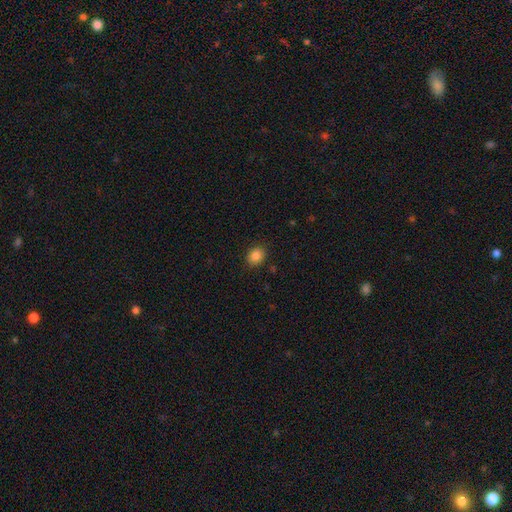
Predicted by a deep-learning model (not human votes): smooth 86%, star or artifact 10%, featured or disk 4%. Down the decision tree: how rounded — round (60%); merging — none (88%).